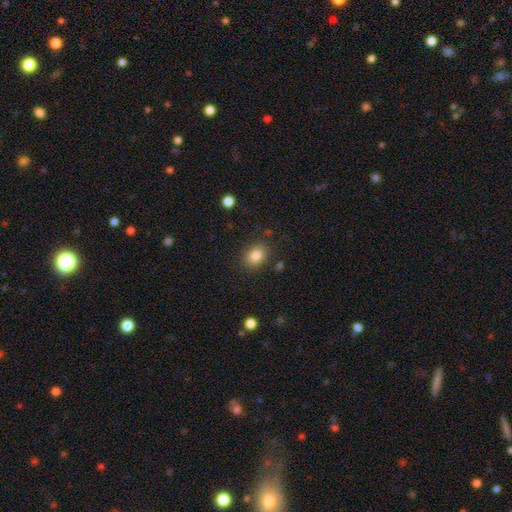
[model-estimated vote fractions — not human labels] Smooth or featured? smooth (84%)
How rounded? in between (52%)
Merging? none (85%)